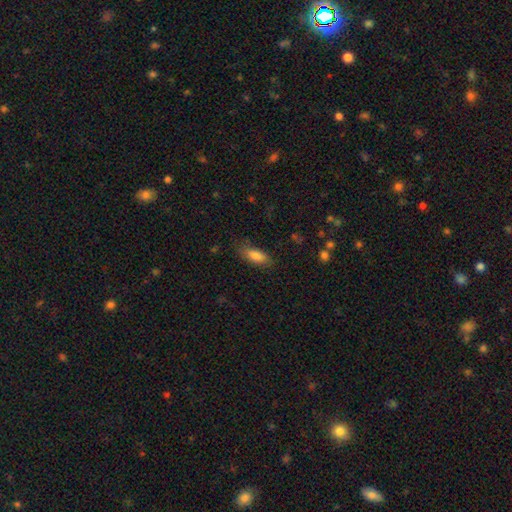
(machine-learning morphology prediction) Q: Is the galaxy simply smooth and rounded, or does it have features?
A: smooth — 82%.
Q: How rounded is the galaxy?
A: in between — 79%.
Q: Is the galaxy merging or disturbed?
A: none — 73%.